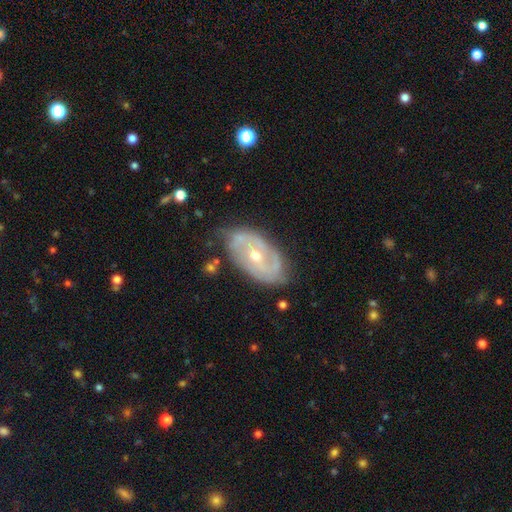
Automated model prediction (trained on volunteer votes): This appears to be a featured or disk galaxy (82%) with a weak bar (43%), 2 (58%) tight (49%) spiral arms (87%) and a small central bulge (50%). Merging: none (70%).